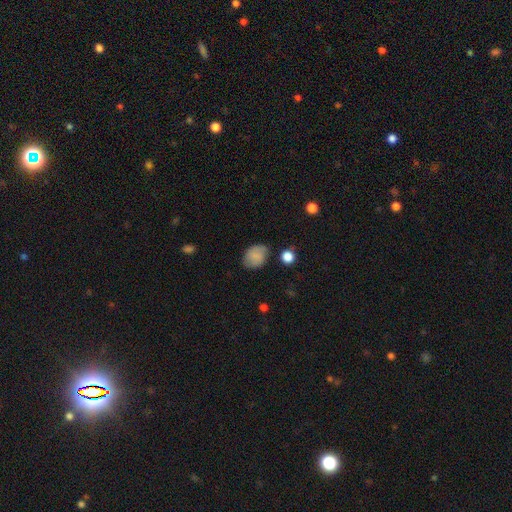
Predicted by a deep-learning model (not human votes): This appears to be a smooth galaxy with no disk features (74%) that is in between round and cigar-shaped (64%). Merging: none (74%).